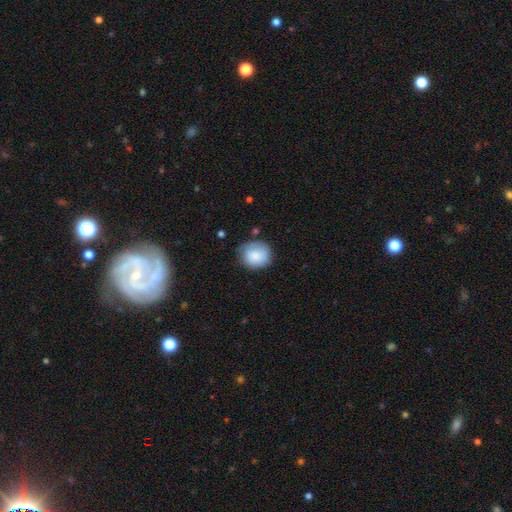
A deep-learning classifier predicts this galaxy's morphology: smooth-or-featured: smooth: 84% | featured or disk: 9% | star or artifact: 7%
  how-rounded: round: 75% | in between: 24% | cigar-shaped: 1%
  merging: none: 69% | minor disturbance: 23% | major disturbance: 6% | merger: 3%